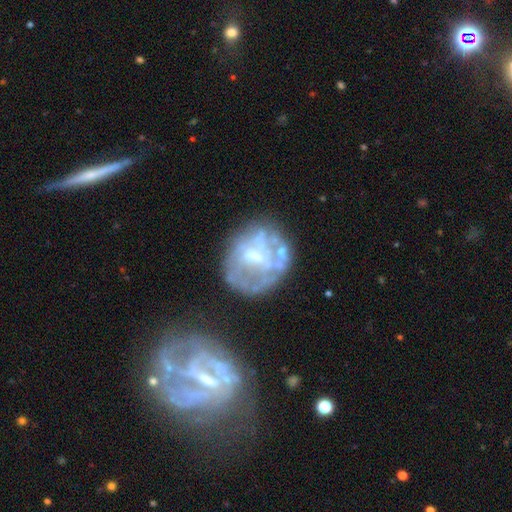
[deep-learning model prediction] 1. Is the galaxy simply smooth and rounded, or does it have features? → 67% featured or disk, 22% smooth, 11% star or artifact.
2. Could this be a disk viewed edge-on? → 98% no, 2% yes.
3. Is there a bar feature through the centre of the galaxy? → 53% no, 36% weak, 11% strong.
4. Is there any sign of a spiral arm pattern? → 71% no, 29% yes.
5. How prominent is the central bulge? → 37% moderate, 29% none, 28% small, 4% large, 1% dominant.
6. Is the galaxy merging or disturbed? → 47% none, 21% major disturbance, 20% minor disturbance, 11% merger.